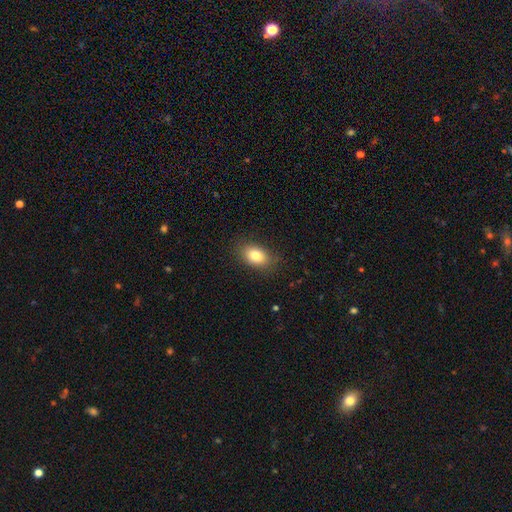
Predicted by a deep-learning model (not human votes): A smooth galaxy with no disk features (81%) that is in between round and cigar-shaped (85%).

Vote fractions:
- Smooth or featured? smooth: 81% / featured or disk: 10% / star or artifact: 9%
- How rounded? in between: 85% / round: 13% / cigar-shaped: 2%
- Merging? none: 84% / minor disturbance: 12% / major disturbance: 3% / merger: 1%